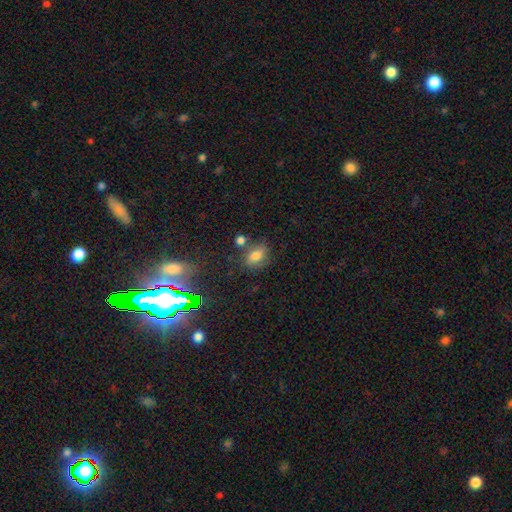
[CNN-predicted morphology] Smooth or featured: smooth — 71% (star or artifact — 16%)
How rounded: in between — 74% (round — 23%)
Merging: none — 65% (minor disturbance — 17%)